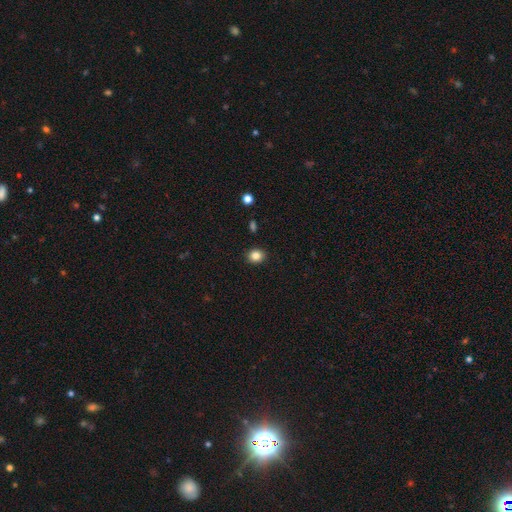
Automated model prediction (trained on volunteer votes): Morphology: type=smooth (84%); roundness=round (75%); merging=none (91%).